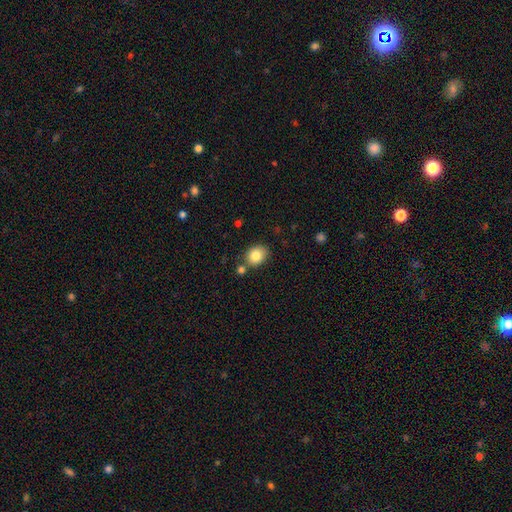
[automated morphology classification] Smooth or featured: smooth — 83% (star or artifact — 9%)
How rounded: round — 54% (in between — 45%)
Merging: none — 76% (minor disturbance — 11%)